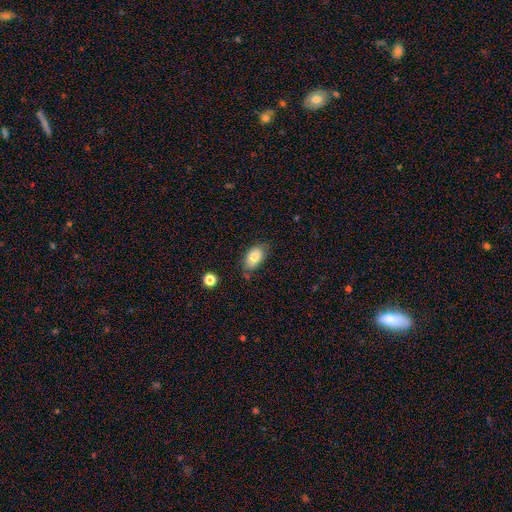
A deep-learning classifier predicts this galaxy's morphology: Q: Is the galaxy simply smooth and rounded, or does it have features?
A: smooth — 83%.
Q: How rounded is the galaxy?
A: in between — 92%.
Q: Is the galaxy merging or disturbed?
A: none — 69%.